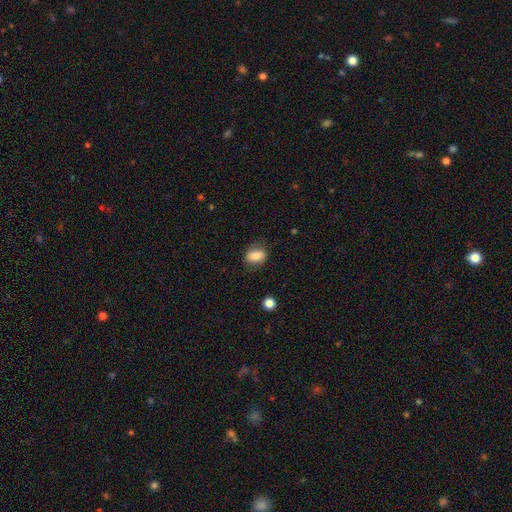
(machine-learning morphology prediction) This appears to be a smooth galaxy with no disk features (77%) that is in between round and cigar-shaped (77%). Merging: none (72%).